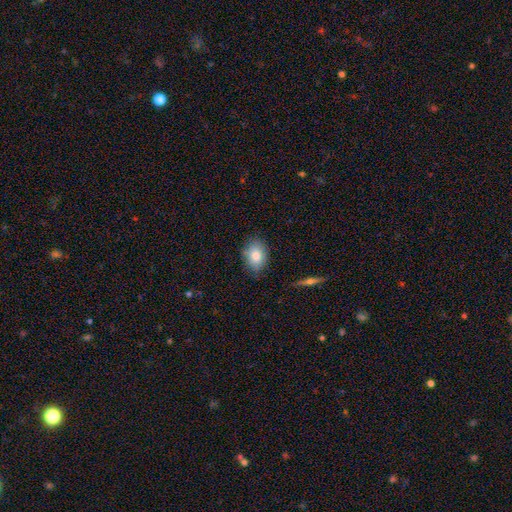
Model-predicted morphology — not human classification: Smooth or featured?
  - smooth: 80% *
  - featured or disk: 12%
  - star or artifact: 8%
How rounded?
  - in between: 76% *
  - round: 23%
  - cigar-shaped: 1%
Merging?
  - none: 78% *
  - minor disturbance: 18%
  - major disturbance: 3%
  - merger: 2%